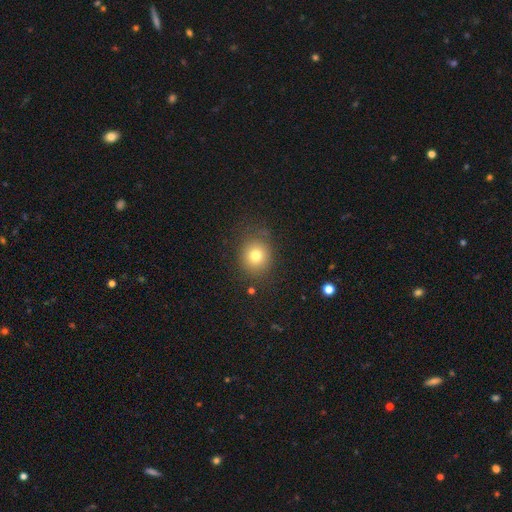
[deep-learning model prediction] Morphology: type=smooth (77%); roundness=round (80%); merging=none (80%).